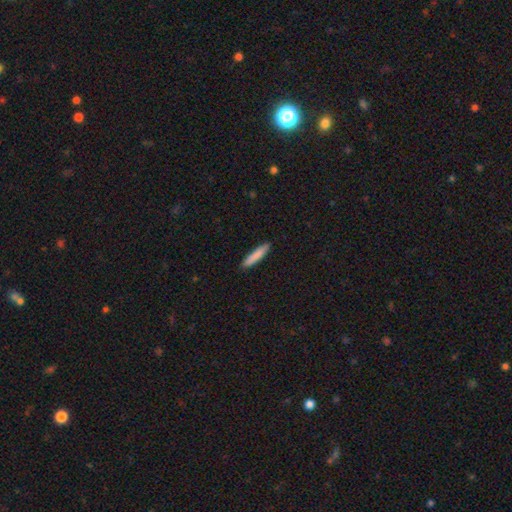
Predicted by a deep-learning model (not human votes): Morphology: type=smooth (84%); roundness=cigar-shaped (91%); merging=none (90%).